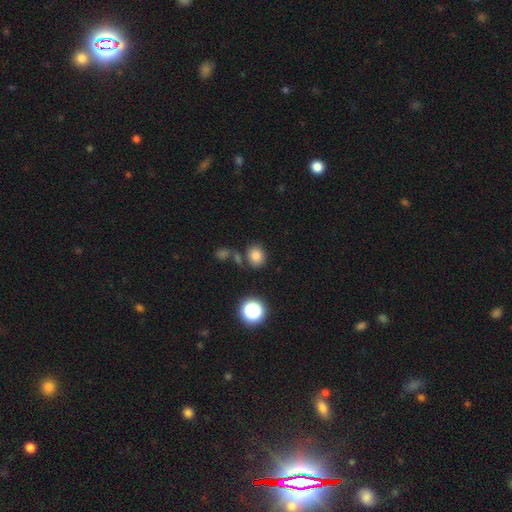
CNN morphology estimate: Smooth or featured? smooth (80%)
How rounded? round (68%)
Merging? none (75%)